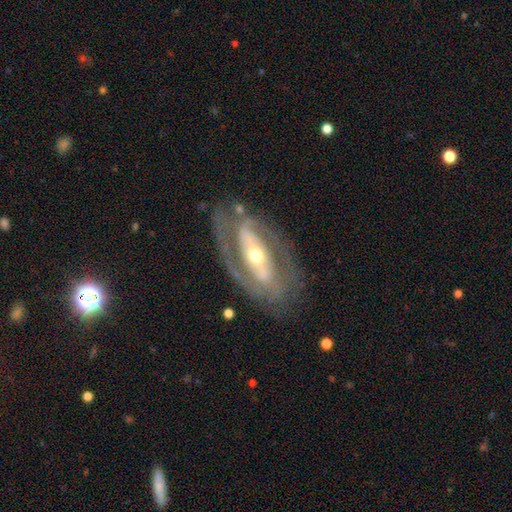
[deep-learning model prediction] Q: Smooth or featured?
A: featured or disk (85%); runner-up: smooth (11%)
Q: Edge-on disk?
A: no (92%); runner-up: yes (8%)
Q: Bar?
A: strong (50%); runner-up: no (27%)
Q: Spiral arms?
A: yes (78%); runner-up: no (22%)
Q: Spiral winding?
A: tight (44%); runner-up: medium (41%)
Q: Spiral arm count?
A: 2 (79%); runner-up: can't tell (11%)
Q: Bulge size?
A: moderate (58%); runner-up: small (34%)
Q: Merging?
A: none (74%); runner-up: minor disturbance (14%)